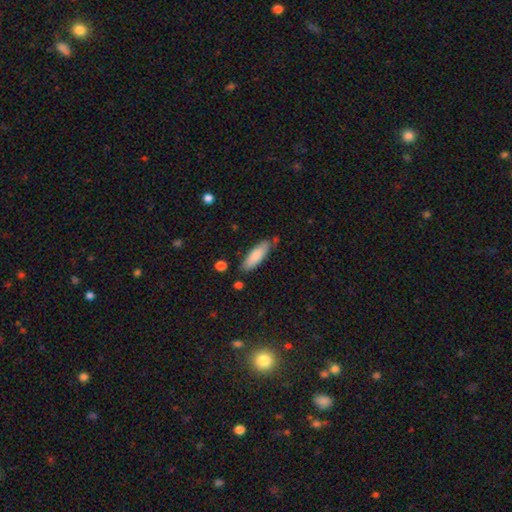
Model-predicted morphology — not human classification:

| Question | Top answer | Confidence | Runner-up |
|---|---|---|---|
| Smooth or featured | smooth | 80% | featured or disk (14%) |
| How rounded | cigar-shaped | 50% | in between (49%) |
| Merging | none | 73% | minor disturbance (19%) |